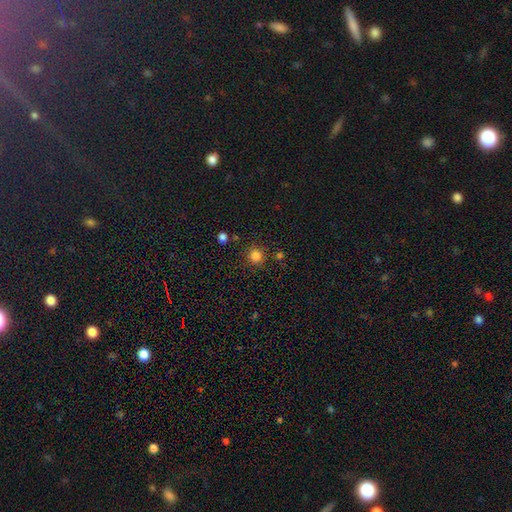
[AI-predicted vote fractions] A smooth galaxy with no disk features (81%) that is round (93%). Merging: none (86%).